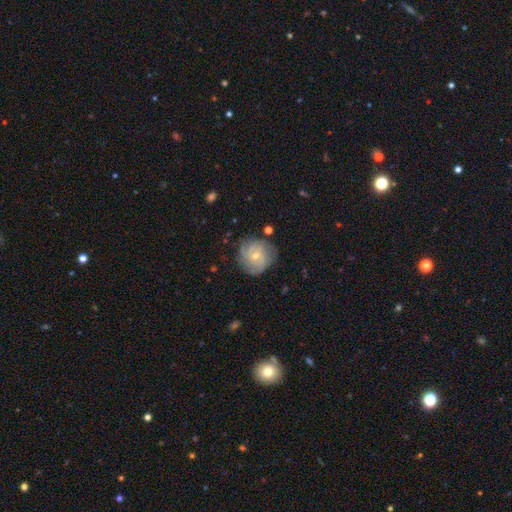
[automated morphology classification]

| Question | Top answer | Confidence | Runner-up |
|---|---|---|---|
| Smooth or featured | featured or disk | 78% | smooth (15%) |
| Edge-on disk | no | 98% | yes (2%) |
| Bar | no | 60% | weak (35%) |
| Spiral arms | yes | 94% | no (6%) |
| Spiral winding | tight | 60% | medium (32%) |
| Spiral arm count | can't tell | 29% | 3 (27%) |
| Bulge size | small | 62% | moderate (35%) |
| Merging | none | 78% | minor disturbance (15%) |